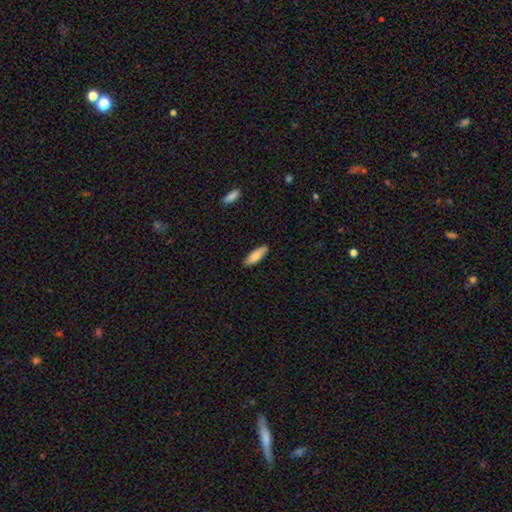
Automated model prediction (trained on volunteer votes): smooth 84%, featured or disk 10%, star or artifact 6%. Down the decision tree: how rounded — in between (56%); merging — none (82%).